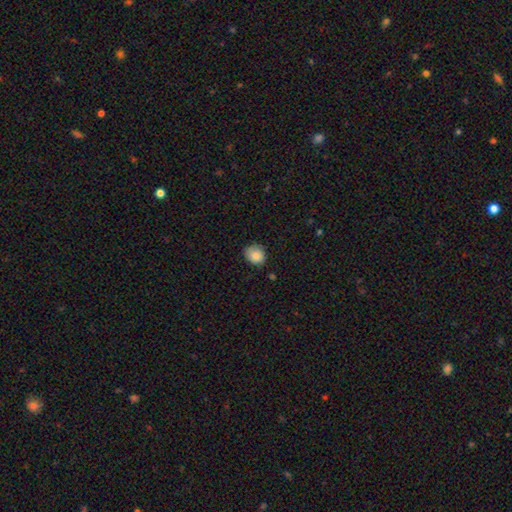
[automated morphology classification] type=smooth (85%); roundness=round (70%); merging=none (69%).